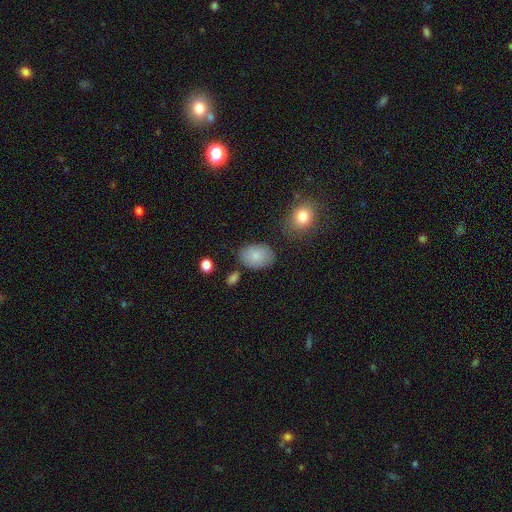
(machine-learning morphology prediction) smooth_or_featured: smooth (p=0.81) [alt: featured or disk p=0.11]
how_rounded: in between (p=0.80) [alt: round p=0.19]
merging: none (p=0.75) [alt: minor disturbance p=0.17]